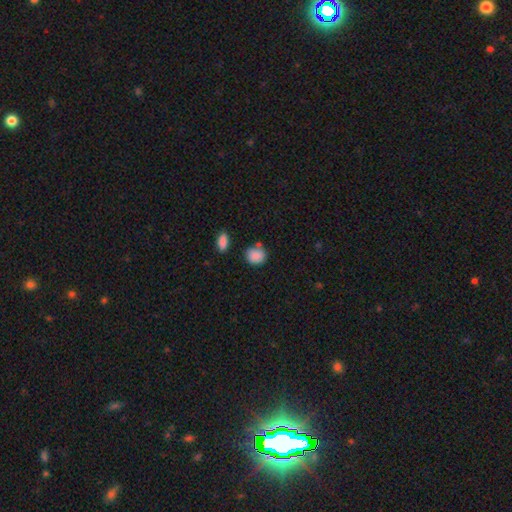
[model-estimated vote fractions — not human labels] This is clearly a smooth galaxy (87%). How rounded: likely round (70%). Merging: likely none (65%).